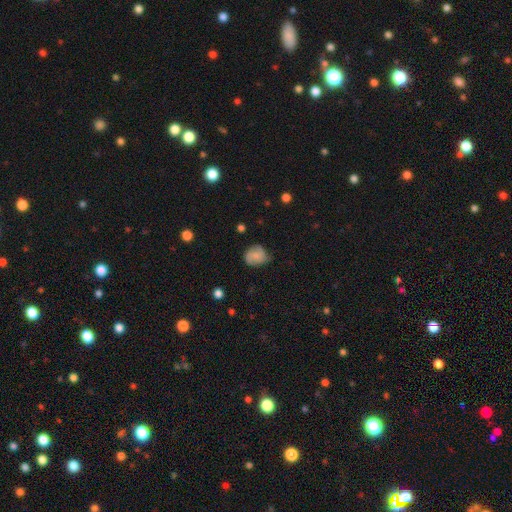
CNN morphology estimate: This is possibly a smooth galaxy (54%). How rounded: likely round (63%). Merging: likely none (63%).